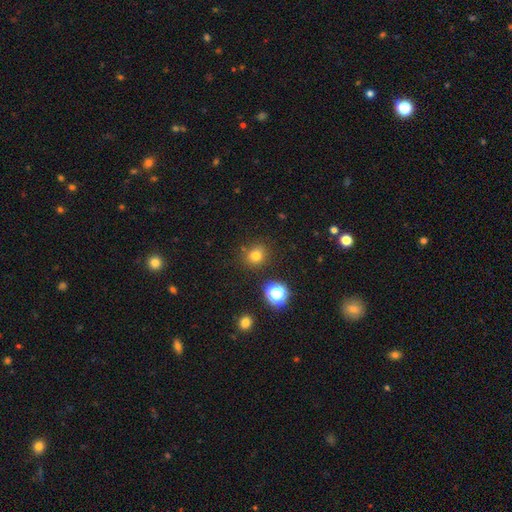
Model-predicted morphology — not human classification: smooth 75%, star or artifact 18%, featured or disk 7%. Down the decision tree: how rounded — round (78%); merging — none (83%).